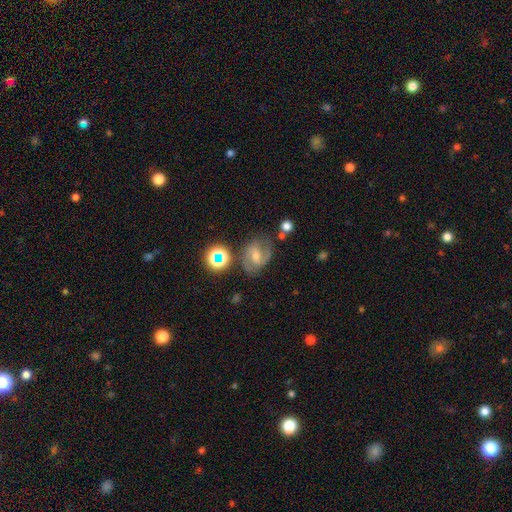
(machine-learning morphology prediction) This is likely a featured or disk galaxy (74%). It is clearly not viewed edge-on (97%). Bar: possibly weak (53%). Spiral arm pattern: clearly yes (95%). Spiral arm count: clearly 2 (86%). Spiral winding: possibly medium (56%). Central bulge: possibly moderate (51%). Merging: likely none (72%).